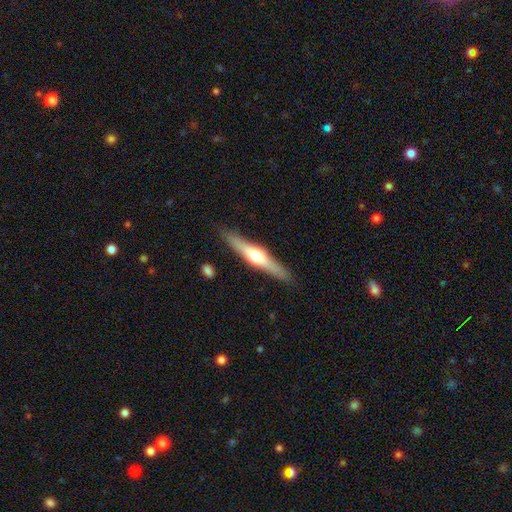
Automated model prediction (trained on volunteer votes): smooth_or_featured: featured or disk (p=0.65) [alt: smooth p=0.30]
disk_edge_on: yes (p=0.96) [alt: no p=0.04]
edge_on_bulge: rounded (p=0.91) [alt: boxy p=0.05]
merging: none (p=0.88) [alt: minor disturbance p=0.09]